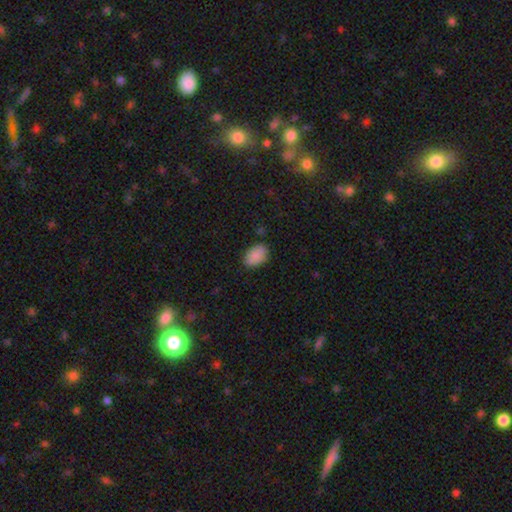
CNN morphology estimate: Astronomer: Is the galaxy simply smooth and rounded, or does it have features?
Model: smooth — 88%.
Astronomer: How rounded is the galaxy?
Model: in between — 87%.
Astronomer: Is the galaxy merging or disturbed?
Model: none — 81%.